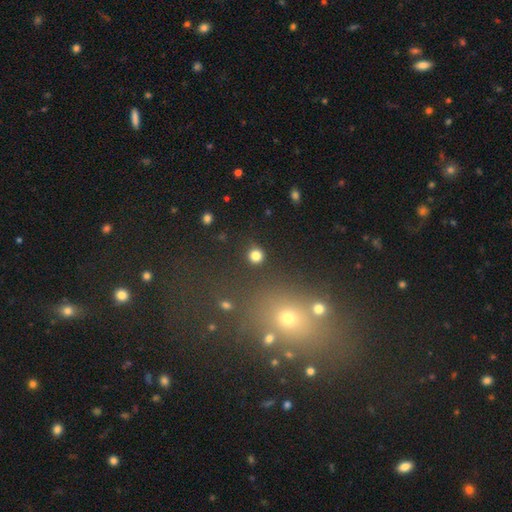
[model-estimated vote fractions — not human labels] Overall: smooth (82%). How rounded: round (92%). Merging: none (88%).